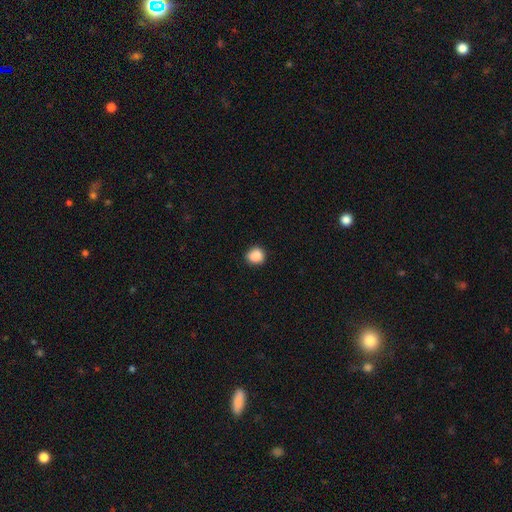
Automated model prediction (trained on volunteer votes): smooth-or-featured: smooth: 88% | star or artifact: 9% | featured or disk: 3%
  how-rounded: round: 84% | in between: 15% | cigar-shaped: 1%
  merging: none: 86% | minor disturbance: 11% | major disturbance: 2% | merger: 1%